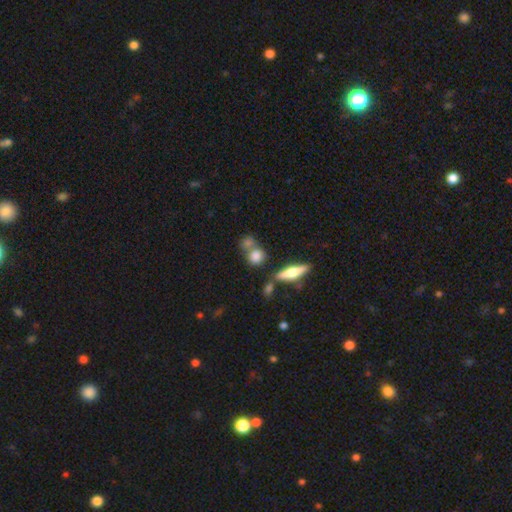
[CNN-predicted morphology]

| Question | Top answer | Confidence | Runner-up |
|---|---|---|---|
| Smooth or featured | smooth | 78% | featured or disk (12%) |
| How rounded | round | 69% | in between (25%) |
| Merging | none | 53% | merger (31%) |